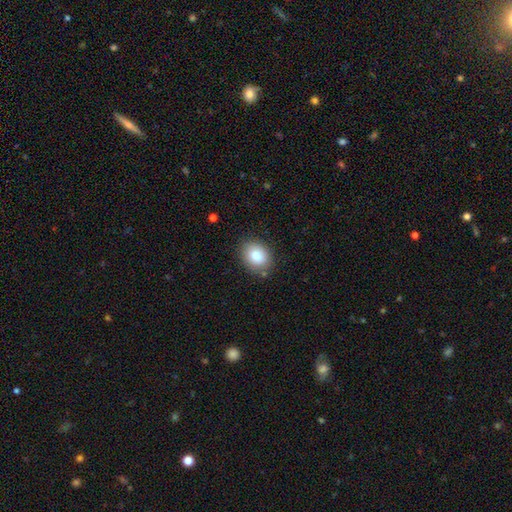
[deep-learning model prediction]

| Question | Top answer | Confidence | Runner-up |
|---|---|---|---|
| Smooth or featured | smooth | 81% | featured or disk (10%) |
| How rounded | in between | 52% | round (47%) |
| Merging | none | 84% | minor disturbance (11%) |